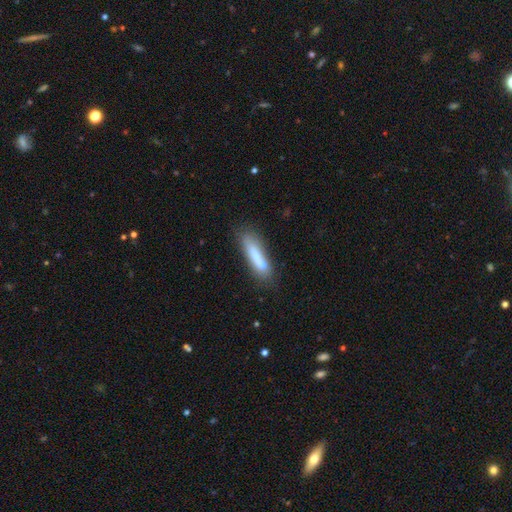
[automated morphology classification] Smooth or featured: smooth — 70% (featured or disk — 22%)
How rounded: cigar-shaped — 73% (in between — 25%)
Merging: none — 58% (minor disturbance — 19%)